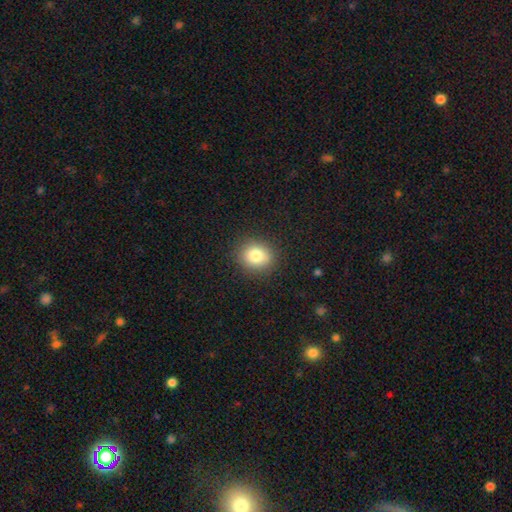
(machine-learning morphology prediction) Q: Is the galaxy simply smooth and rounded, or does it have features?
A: smooth — 81%.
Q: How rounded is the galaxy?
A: round — 77%.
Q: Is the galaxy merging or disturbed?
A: none — 88%.